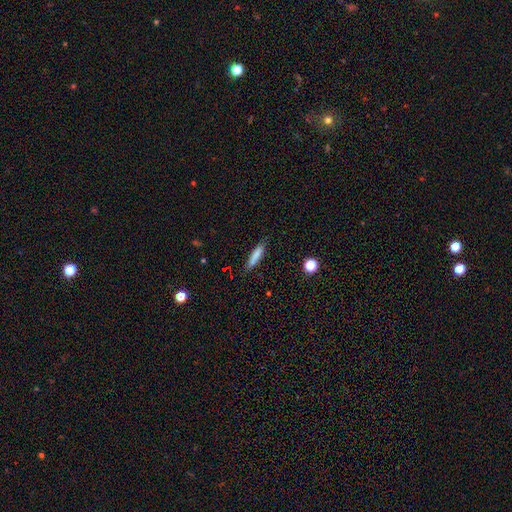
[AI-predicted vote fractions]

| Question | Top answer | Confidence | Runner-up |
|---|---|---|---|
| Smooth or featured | smooth | 79% | featured or disk (13%) |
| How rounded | cigar-shaped | 84% | in between (14%) |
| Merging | none | 82% | minor disturbance (13%) |